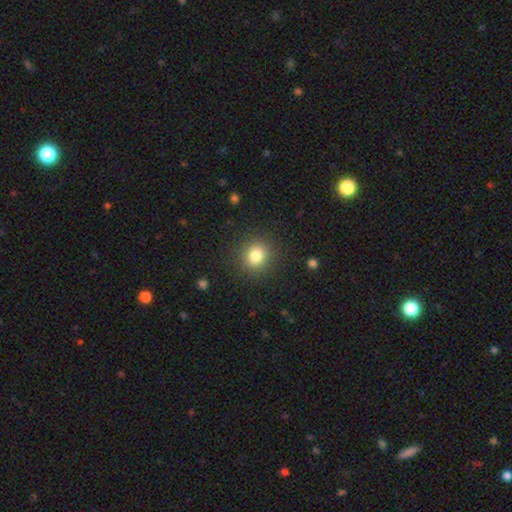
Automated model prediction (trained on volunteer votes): Morphology: type=smooth (81%); roundness=round (86%); merging=none (89%).